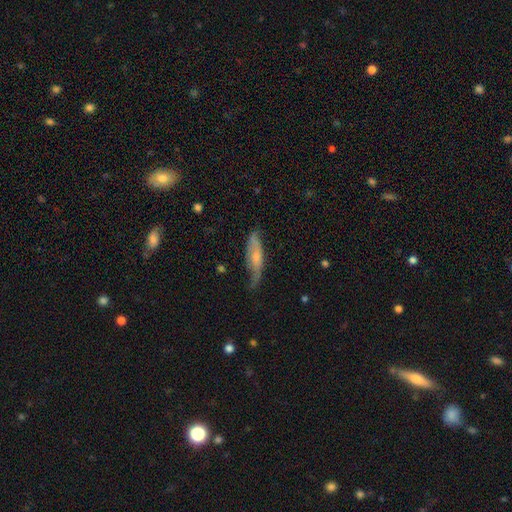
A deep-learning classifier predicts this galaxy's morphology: Overall: featured or disk (54%; smooth 40%). Edge-on disk: no (62%; yes 38%). Merging: none (52%; minor disturbance 32%).